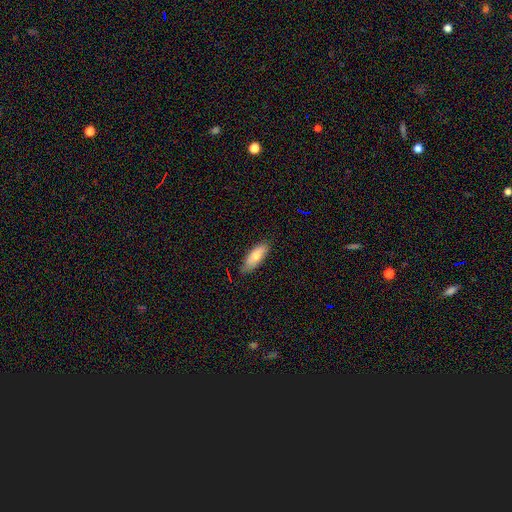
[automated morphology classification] Overall: smooth (73%). How rounded: in between (66%; cigar-shaped 32%). Merging: none (78%).